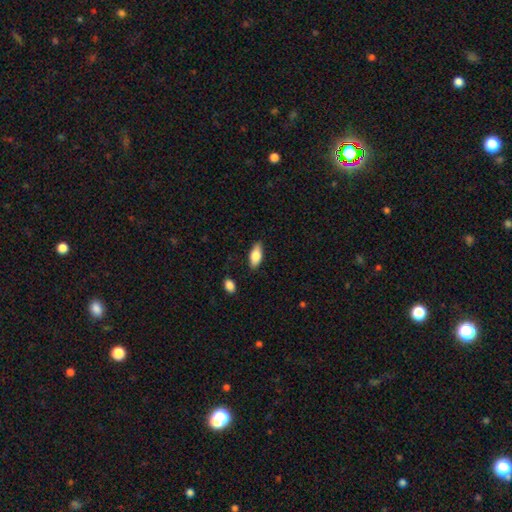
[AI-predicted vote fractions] smooth_or_featured: smooth (p=0.79) [alt: featured or disk p=0.14]
how_rounded: in between (p=0.84) [alt: cigar-shaped p=0.13]
merging: none (p=0.82) [alt: minor disturbance p=0.13]